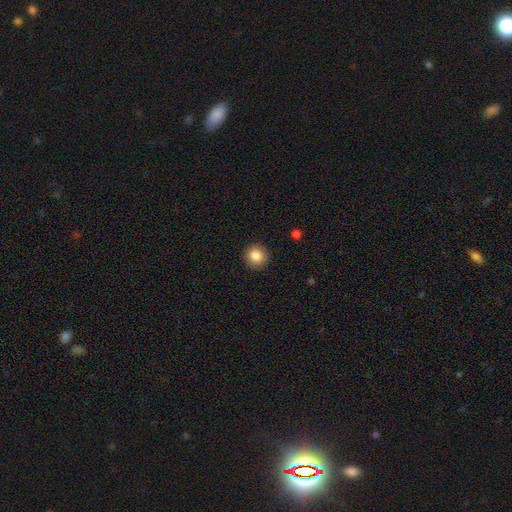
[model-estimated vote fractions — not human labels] A smooth galaxy with no disk features (86%) that is round (93%).

Vote fractions:
- Smooth or featured? smooth: 86% / star or artifact: 9% / featured or disk: 6%
- How rounded? round: 93% / in between: 6% / cigar-shaped: 1%
- Merging? none: 92% / minor disturbance: 6% / major disturbance: 2% / merger: 1%